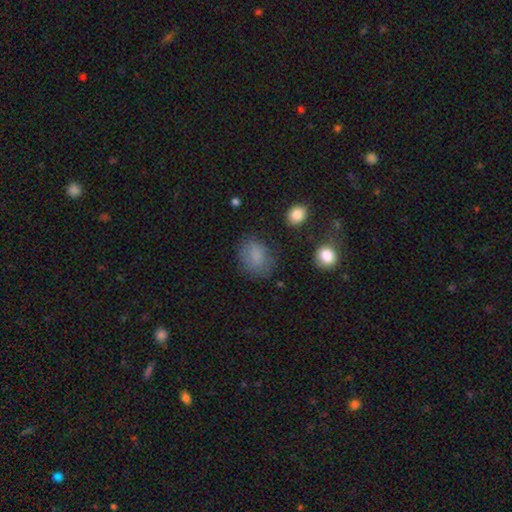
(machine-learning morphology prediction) Smooth or featured?
  - smooth: 79% *
  - star or artifact: 11%
  - featured or disk: 10%
How rounded?
  - in between: 61% *
  - round: 38%
  - cigar-shaped: 1%
Merging?
  - none: 69% *
  - minor disturbance: 20%
  - major disturbance: 8%
  - merger: 2%